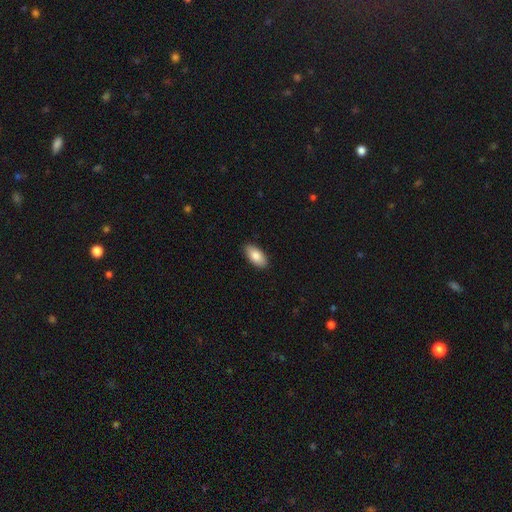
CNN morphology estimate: Smooth or featured?
  - smooth: 84% *
  - featured or disk: 10%
  - star or artifact: 6%
How rounded?
  - in between: 92% *
  - cigar-shaped: 5%
  - round: 3%
Merging?
  - none: 89% *
  - minor disturbance: 9%
  - major disturbance: 2%
  - merger: 1%